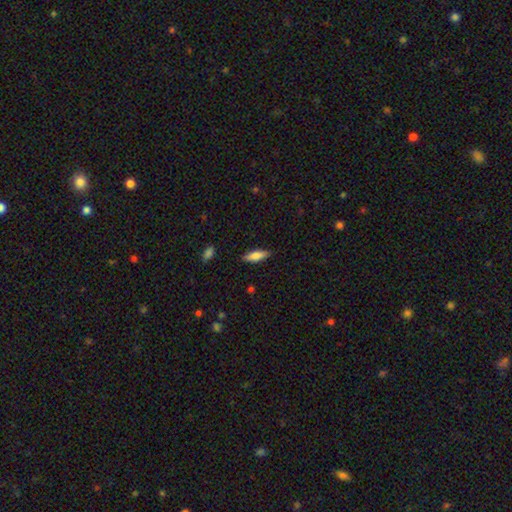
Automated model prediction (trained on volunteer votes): Morphology: type=smooth (77%); roundness=in between (51%); merging=none (87%).